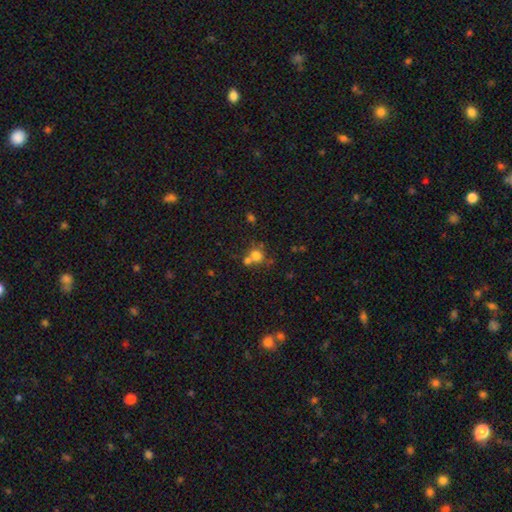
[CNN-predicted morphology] Smooth or featured?
  - smooth: 72% *
  - star or artifact: 15%
  - featured or disk: 13%
How rounded?
  - round: 82% *
  - in between: 17%
  - cigar-shaped: 1%
Merging?
  - merger: 43% * (tied)
  - none: 43% * (tied)
  - minor disturbance: 9%
  - major disturbance: 5%